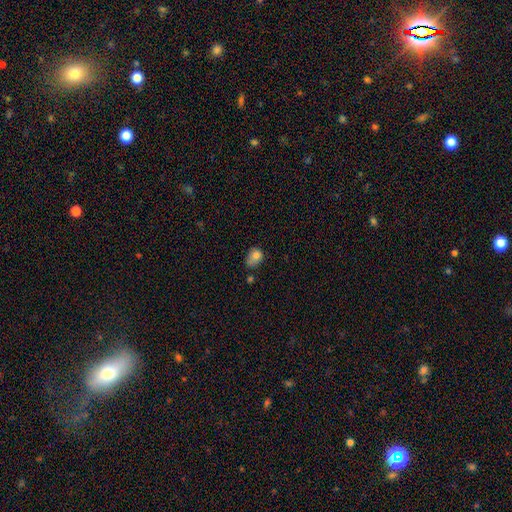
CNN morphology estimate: Q: Smooth or featured?
A: smooth (79%); runner-up: featured or disk (11%)
Q: How rounded?
A: in between (56%); runner-up: round (43%)
Q: Merging?
A: minor disturbance (37%); runner-up: none (34%)